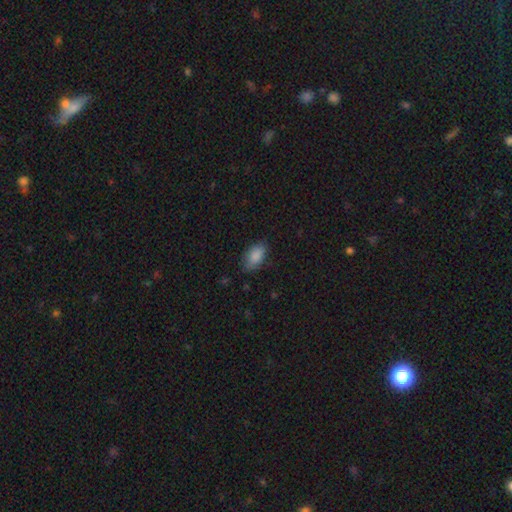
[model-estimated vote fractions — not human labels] Smooth or featured: smooth — 87% (star or artifact — 7%)
How rounded: in between — 92% (round — 6%)
Merging: none — 75% (minor disturbance — 19%)